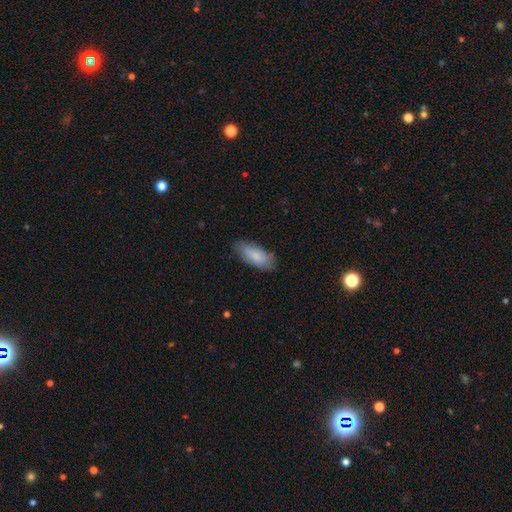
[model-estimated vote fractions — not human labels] smooth_or_featured: smooth (p=0.83) [alt: featured or disk p=0.11]
how_rounded: in between (p=0.82) [alt: cigar-shaped p=0.16]
merging: none (p=0.78) [alt: minor disturbance p=0.18]